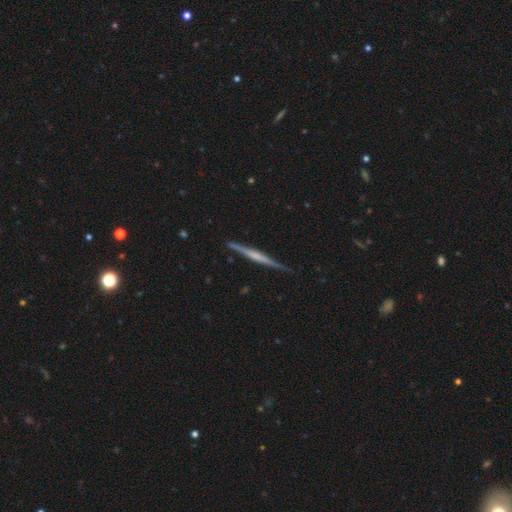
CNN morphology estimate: Smooth or featured? featured or disk (71%)
Edge-on disk? yes (98%)
Edge-on bulge? rounded (42%)
Merging? none (88%)